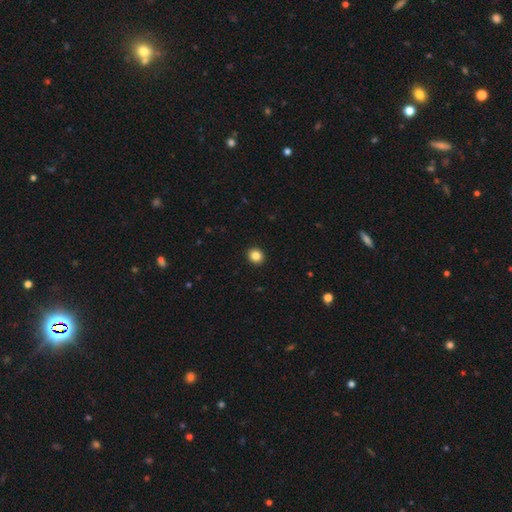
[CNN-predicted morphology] The model was most divided on "how rounded": round: 86%, in between: 13%, cigar-shaped: 1%. More confident: merging — none (93%); smooth or featured — smooth (85%).